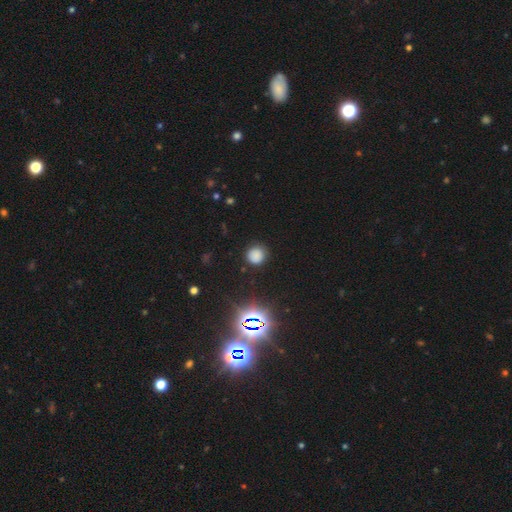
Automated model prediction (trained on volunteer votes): The model was most divided on "smooth or featured": smooth: 76%, star or artifact: 19%, featured or disk: 5%. More confident: how rounded — round (92%); merging — none (86%).